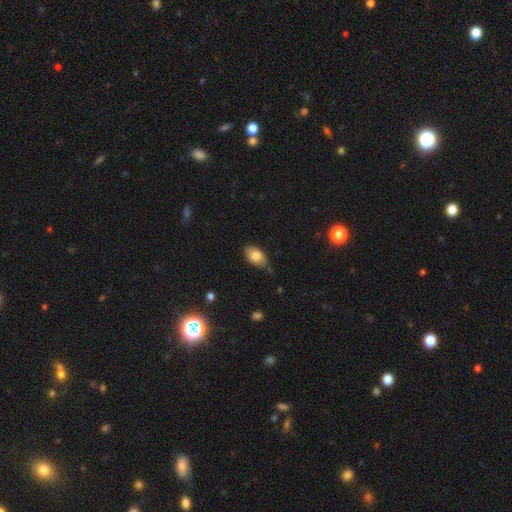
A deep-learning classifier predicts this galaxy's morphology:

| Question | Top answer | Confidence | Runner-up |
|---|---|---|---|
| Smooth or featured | smooth | 80% | featured or disk (13%) |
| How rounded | in between | 92% | round (6%) |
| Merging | none | 77% | minor disturbance (18%) |